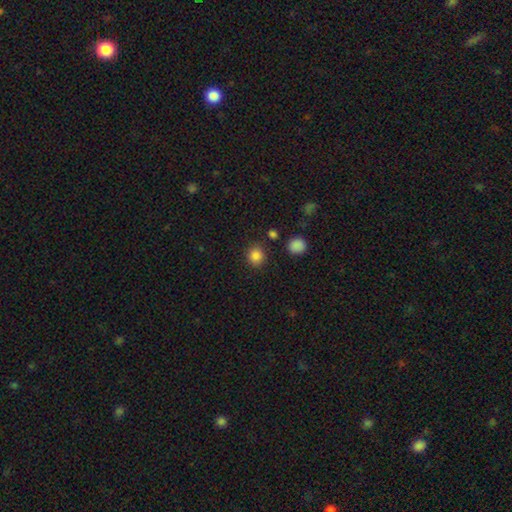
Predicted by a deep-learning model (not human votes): Morphology: type=smooth (85%); roundness=round (88%); merging=none (87%).